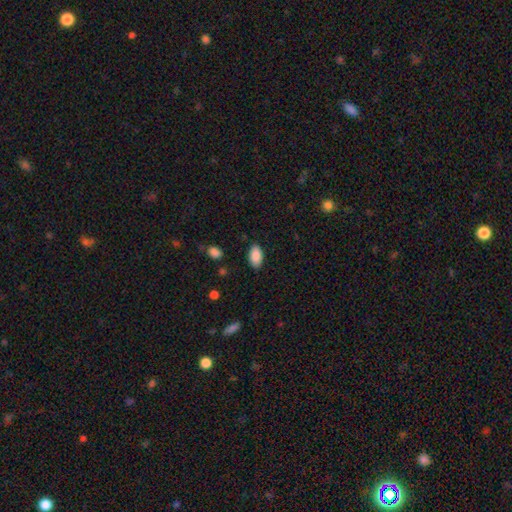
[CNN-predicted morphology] A smooth galaxy with no disk features (89%) that is in between round and cigar-shaped (94%). Merging: none (86%).